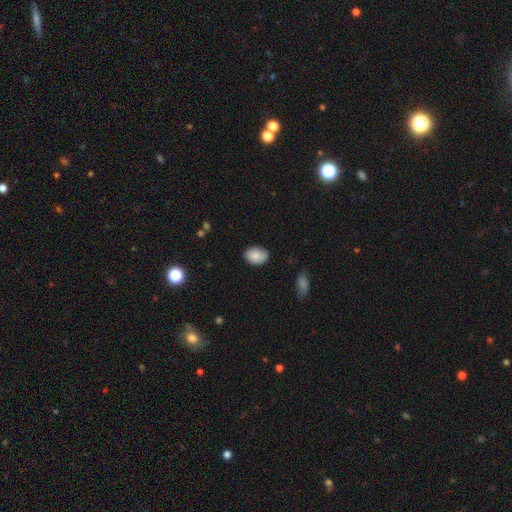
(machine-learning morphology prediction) Q: Smooth or featured?
A: smooth (85%); runner-up: featured or disk (8%)
Q: How rounded?
A: in between (80%); runner-up: round (19%)
Q: Merging?
A: none (83%); runner-up: minor disturbance (13%)